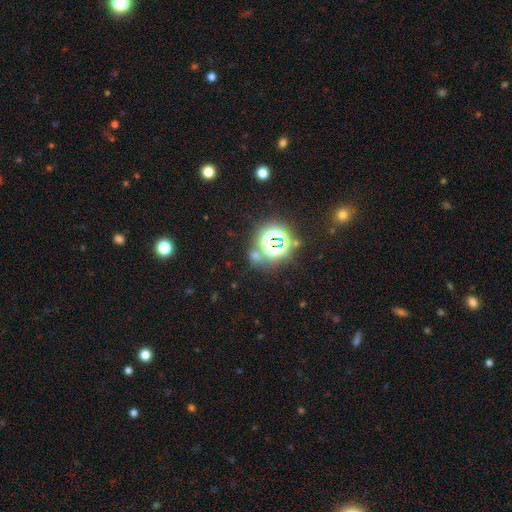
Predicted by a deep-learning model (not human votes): The model was most divided on "smooth or featured": star or artifact: 63%, smooth: 29%, featured or disk: 8%.